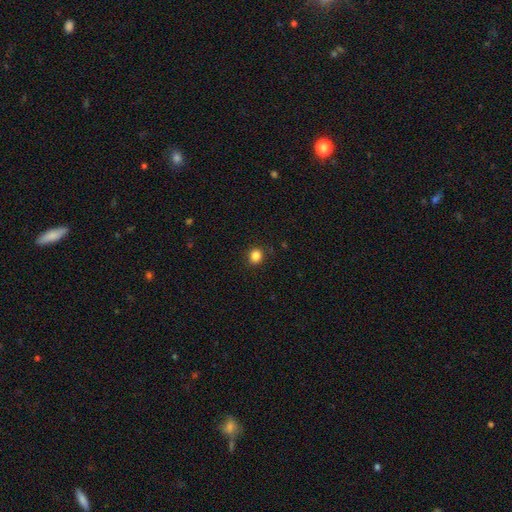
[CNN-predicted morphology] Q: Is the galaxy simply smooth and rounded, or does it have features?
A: smooth — 85%.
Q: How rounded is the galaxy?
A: round — 73%.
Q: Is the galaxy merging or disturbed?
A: none — 88%.